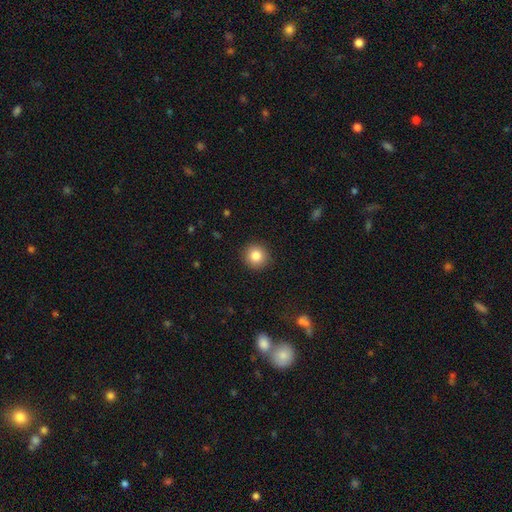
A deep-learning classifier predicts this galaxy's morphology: type=smooth (84%); roundness=round (93%); merging=none (91%).